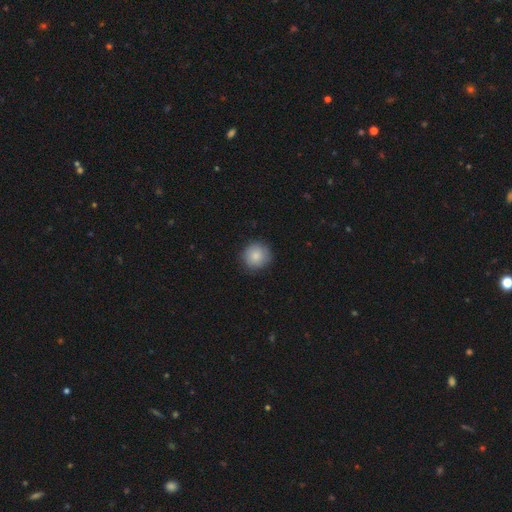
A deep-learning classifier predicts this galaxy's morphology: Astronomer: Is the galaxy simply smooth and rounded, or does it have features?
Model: smooth — 85%.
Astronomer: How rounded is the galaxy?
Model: round — 94%.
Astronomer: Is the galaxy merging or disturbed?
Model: none — 87%.